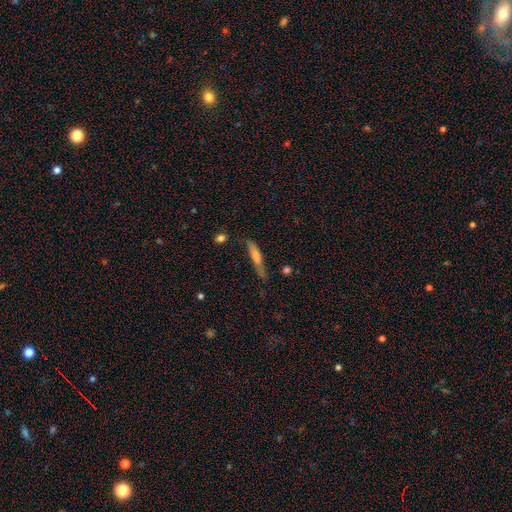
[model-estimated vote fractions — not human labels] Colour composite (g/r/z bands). It shows a smooth galaxy with no disk features (52%) that is cigar-shaped (87%). Merging: none (62%).